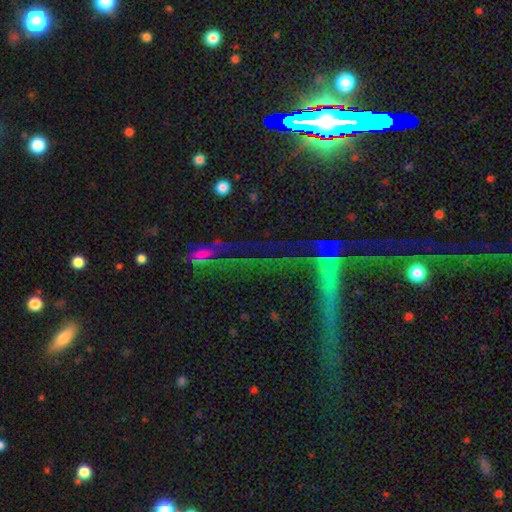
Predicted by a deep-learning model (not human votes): star or artifact 65%, featured or disk 18%, smooth 16%.